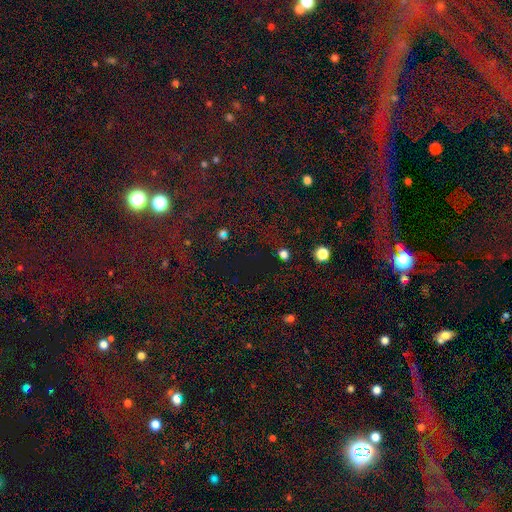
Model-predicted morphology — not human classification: A star or artifact, not a galaxy (55%).